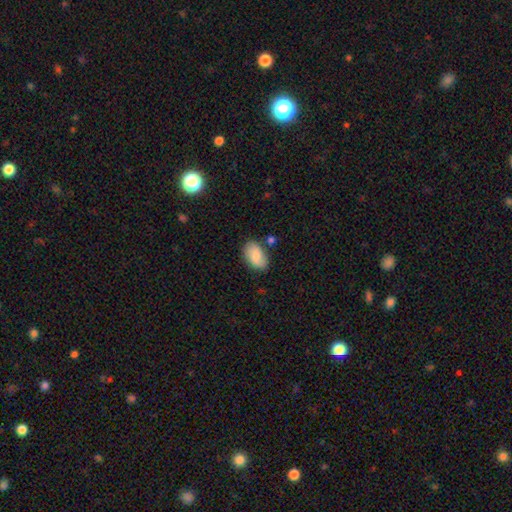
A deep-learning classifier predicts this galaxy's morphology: Q: Smooth or featured?
A: smooth (81%); runner-up: featured or disk (13%)
Q: How rounded?
A: in between (92%); runner-up: round (6%)
Q: Merging?
A: none (73%); runner-up: minor disturbance (18%)